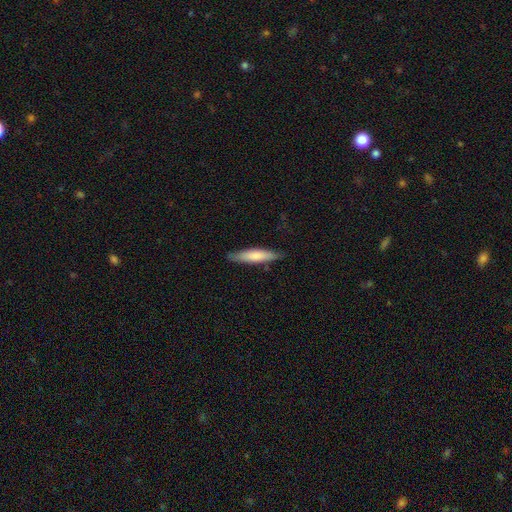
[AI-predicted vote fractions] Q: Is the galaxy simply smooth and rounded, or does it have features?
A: smooth — 72%.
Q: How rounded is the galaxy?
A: cigar-shaped — 80%.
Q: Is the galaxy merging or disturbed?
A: none — 83%.